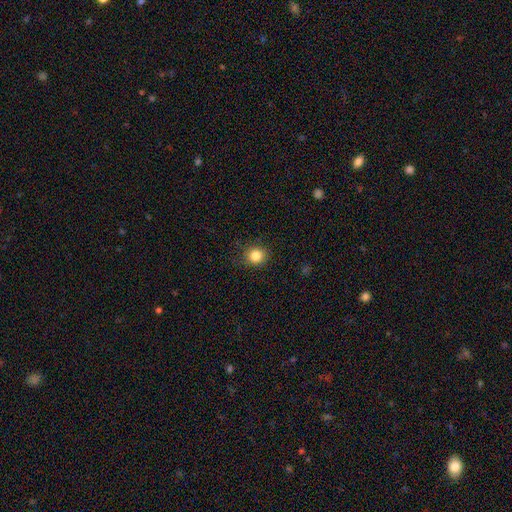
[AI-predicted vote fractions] Smooth or featured? Predicted: smooth (p=0.84). How rounded? Predicted: round (p=0.85). Merging? Predicted: none (p=0.89).